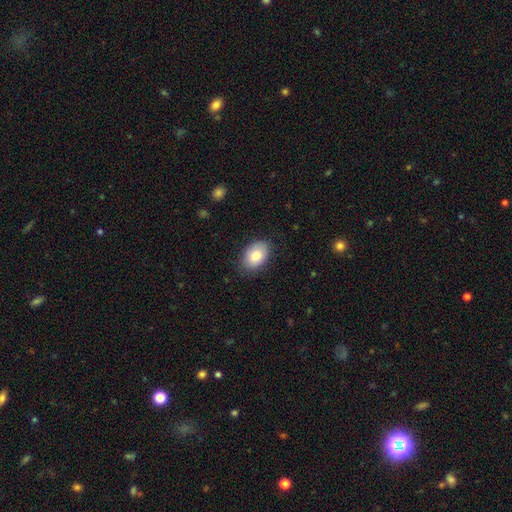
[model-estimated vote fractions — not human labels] A smooth galaxy with no disk features (81%) that is in between round and cigar-shaped (85%).

Vote fractions:
- Smooth or featured? smooth: 81% / featured or disk: 12% / star or artifact: 7%
- How rounded? in between: 85% / round: 14% / cigar-shaped: 1%
- Merging? none: 82% / minor disturbance: 14% / major disturbance: 3% / merger: 1%